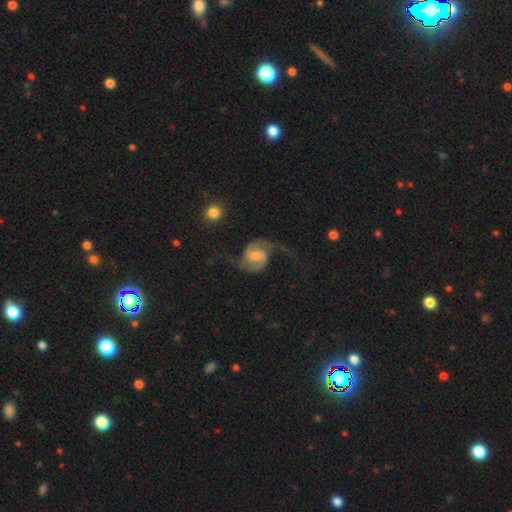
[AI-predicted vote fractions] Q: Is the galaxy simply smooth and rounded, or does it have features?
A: featured or disk — 86%.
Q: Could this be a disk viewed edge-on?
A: no — 98%.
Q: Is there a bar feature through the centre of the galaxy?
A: weak — 54%.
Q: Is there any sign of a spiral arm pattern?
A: yes — 97%.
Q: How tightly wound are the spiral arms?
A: medium — 44%, tied with loose.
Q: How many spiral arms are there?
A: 2 — 92%.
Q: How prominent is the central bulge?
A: moderate — 45%.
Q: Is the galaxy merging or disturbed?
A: none — 60%.